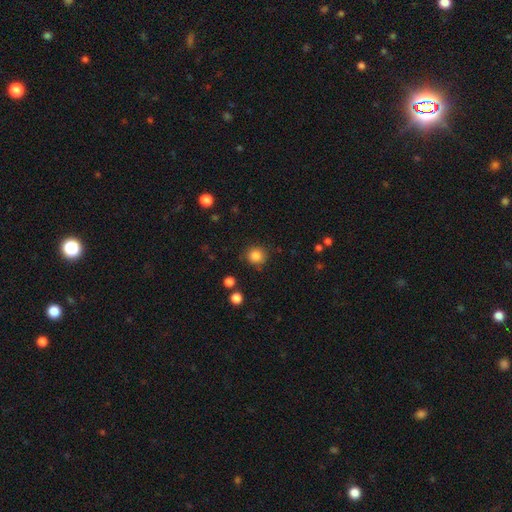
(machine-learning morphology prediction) smooth_or_featured: smooth (p=0.84) [alt: star or artifact p=0.11]
how_rounded: round (p=0.91) [alt: in between p=0.09]
merging: none (p=0.86) [alt: minor disturbance p=0.09]